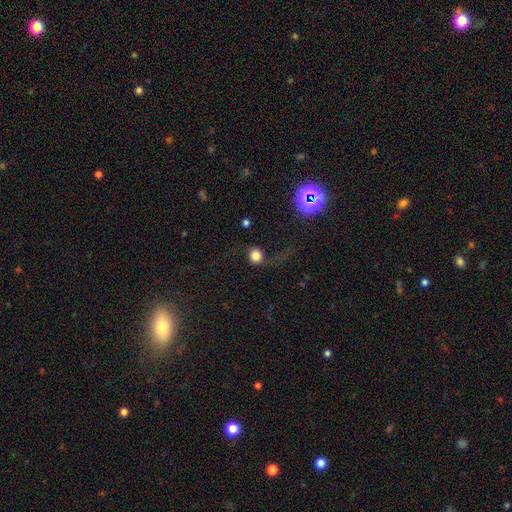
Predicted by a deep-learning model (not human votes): smooth 71%, featured or disk 15%, star or artifact 13%. Down the decision tree: how rounded — round (87%); merging — none (55%).